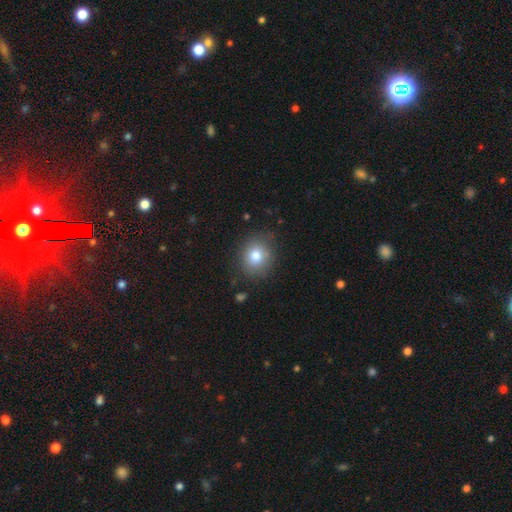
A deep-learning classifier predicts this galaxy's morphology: This appears to be a smooth galaxy with no disk features (80%) that is round (73%). Merging: none (79%).